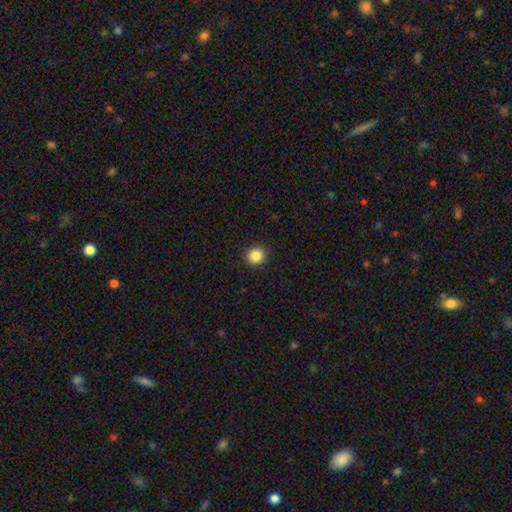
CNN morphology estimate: A smooth galaxy with no disk features (86%) that is round (91%).

Vote fractions:
- Smooth or featured? smooth: 86% / star or artifact: 10% / featured or disk: 4%
- How rounded? round: 91% / in between: 8% / cigar-shaped: 1%
- Merging? none: 92% / minor disturbance: 5% / major disturbance: 2% / merger: 1%